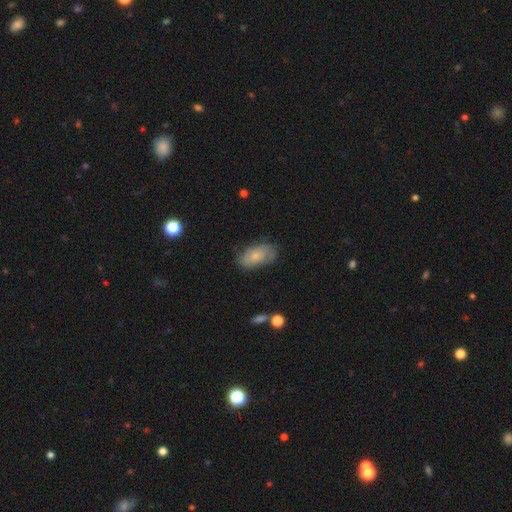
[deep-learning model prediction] Q: Smooth or featured?
A: smooth (49%); runner-up: featured or disk (43%)
Q: Merging?
A: none (68%); runner-up: minor disturbance (23%)